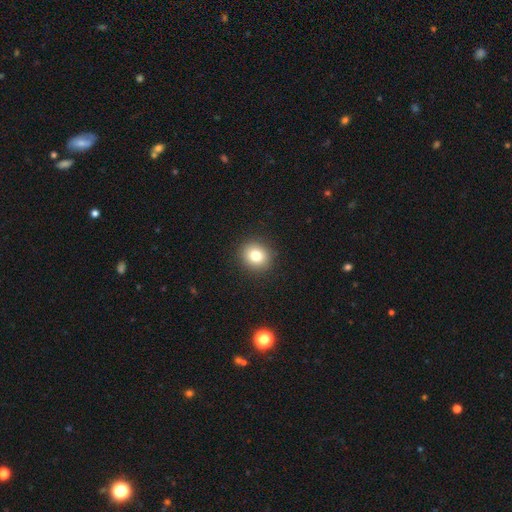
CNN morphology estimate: A smooth galaxy with no disk features (80%) that is round (83%). Merging: none (91%).